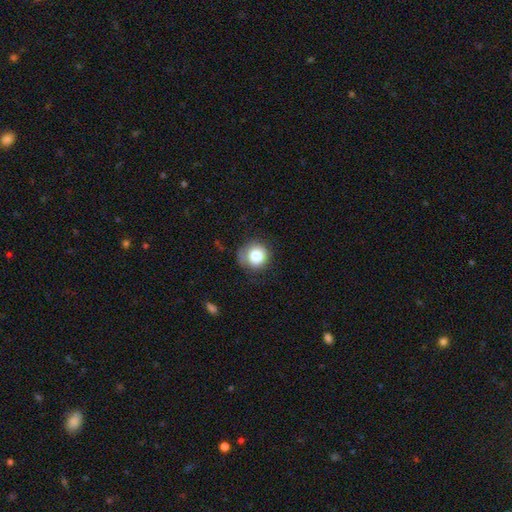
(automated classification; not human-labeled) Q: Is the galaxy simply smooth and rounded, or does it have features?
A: smooth — 81%.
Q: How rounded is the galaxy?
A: round — 90%.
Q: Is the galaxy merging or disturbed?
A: none — 67%.